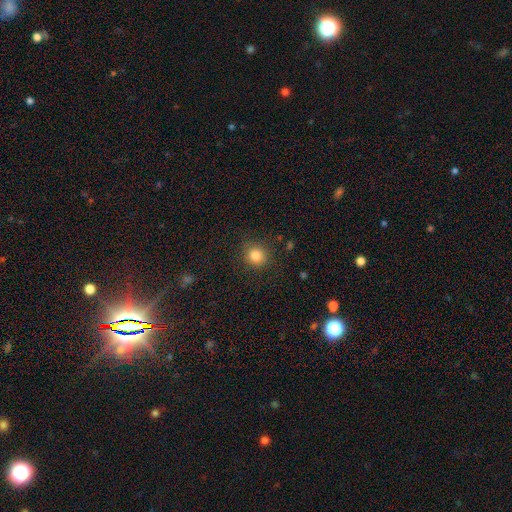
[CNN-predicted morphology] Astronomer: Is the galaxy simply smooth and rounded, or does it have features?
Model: smooth — 82%.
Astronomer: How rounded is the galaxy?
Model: round — 89%.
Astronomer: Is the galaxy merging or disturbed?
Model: none — 88%.